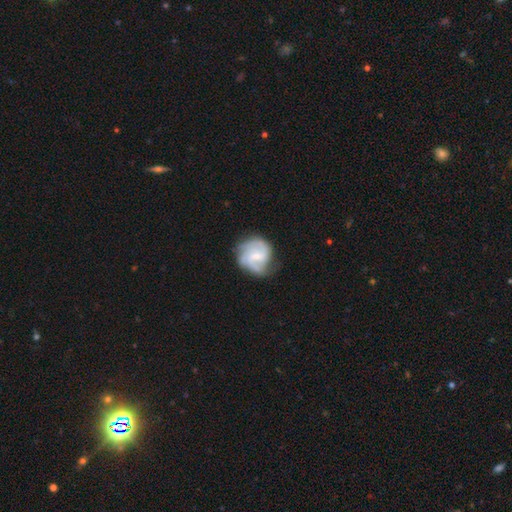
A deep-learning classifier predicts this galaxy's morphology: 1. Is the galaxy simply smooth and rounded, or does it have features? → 78% featured or disk, 17% smooth, 5% star or artifact.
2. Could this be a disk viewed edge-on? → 98% no, 2% yes.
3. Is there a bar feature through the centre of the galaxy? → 54% weak, 35% no, 11% strong.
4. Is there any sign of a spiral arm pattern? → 95% yes, 5% no.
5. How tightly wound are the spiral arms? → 48% medium, 36% tight, 17% loose.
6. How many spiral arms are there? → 38% 2, 32% 3, 17% can't tell, 6% 4, 4% 1, 4% more than 4.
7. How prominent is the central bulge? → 56% small, 33% moderate, 9% none, 2% large, 1% dominant.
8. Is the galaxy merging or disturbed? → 65% none, 23% minor disturbance, 10% major disturbance, 2% merger.